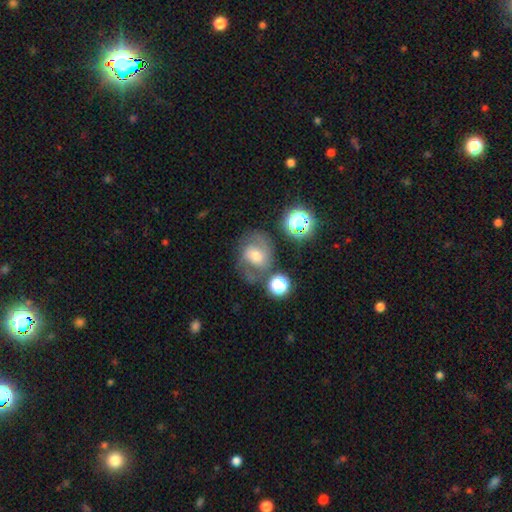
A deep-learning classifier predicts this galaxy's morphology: Smooth or featured?
  - featured or disk: 57% *
  - smooth: 29%
  - star or artifact: 14%
Edge-on disk?
  - no: 97% *
  - yes: 3%
Bar?
  - no: 47% *
  - weak: 40%
  - strong: 13%
Spiral arms?
  - yes: 84% *
  - no: 16%
Bulge size?
  - moderate: 55% *
  - small: 31%
  - large: 9%
  - none: 3%
  - dominant: 2%
Merging?
  - none: 55% *
  - minor disturbance: 21%
  - major disturbance: 14%
  - merger: 9%